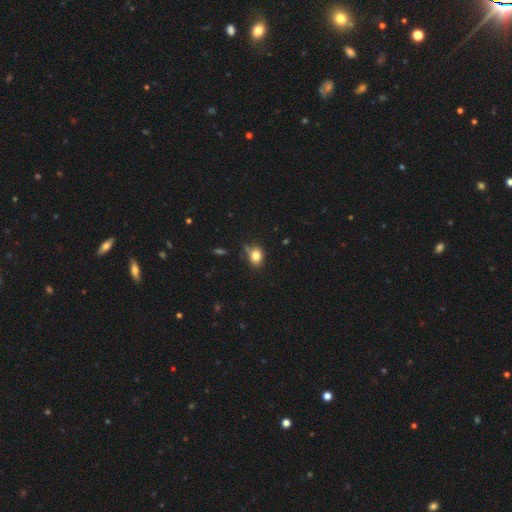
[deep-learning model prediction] Smooth or featured? smooth (81%)
How rounded? in between (59%)
Merging? none (69%)